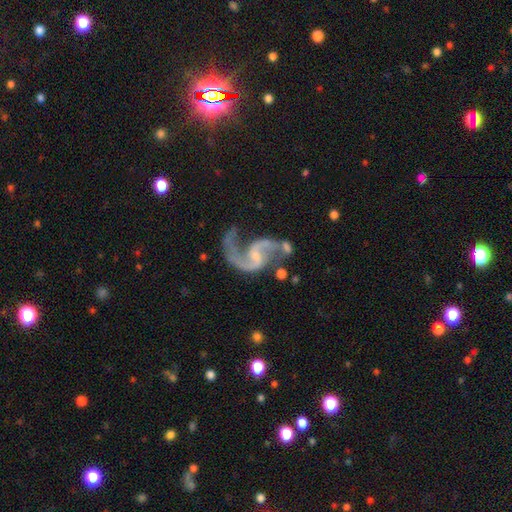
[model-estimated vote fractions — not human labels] This is clearly a featured or disk galaxy (92%). It is clearly not viewed edge-on (98%). Bar: possibly weak (48%). Spiral arm pattern: clearly yes (97%). Spiral arm count: clearly 2 (91%). Spiral winding: likely loose (68%). Central bulge: possibly small (59%). Merging: possibly none (52%).